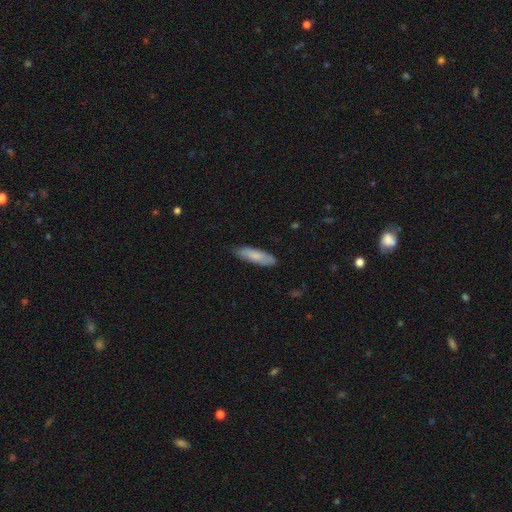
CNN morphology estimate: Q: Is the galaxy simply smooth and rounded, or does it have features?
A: smooth — 78%.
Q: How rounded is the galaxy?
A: cigar-shaped — 59%.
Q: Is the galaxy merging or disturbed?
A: none — 83%.